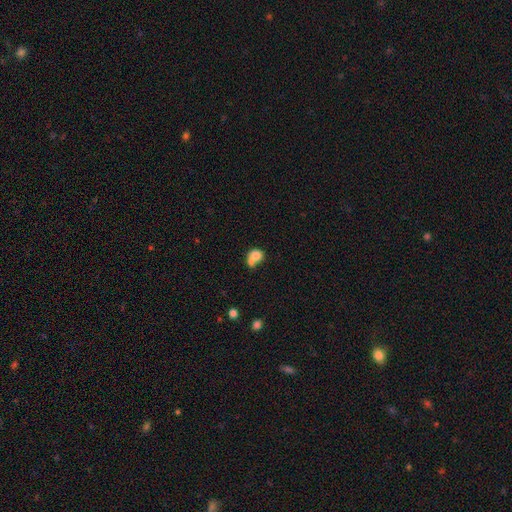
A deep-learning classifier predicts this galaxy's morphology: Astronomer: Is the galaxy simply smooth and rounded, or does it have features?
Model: smooth — 75%.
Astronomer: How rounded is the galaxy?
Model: round — 63%.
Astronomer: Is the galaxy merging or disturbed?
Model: merger — 62%.